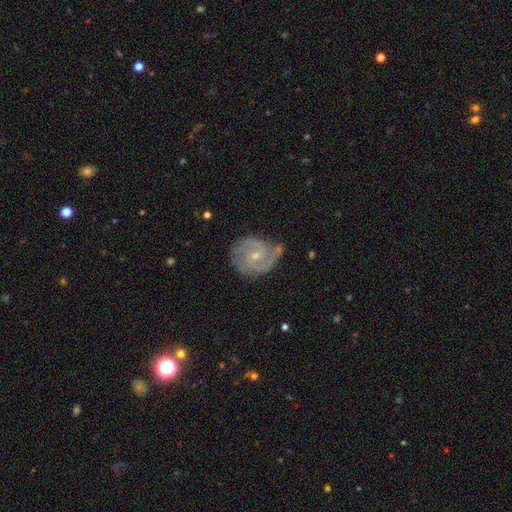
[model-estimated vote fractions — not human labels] This is clearly a featured or disk galaxy (87%). It is clearly not viewed edge-on (98%). Bar: possibly no (57%). Spiral arm pattern: clearly yes (96%). Spiral arm count: likely 2 (73%). Spiral winding: possibly medium (48%). Central bulge: likely small (67%). Merging: likely none (62%).